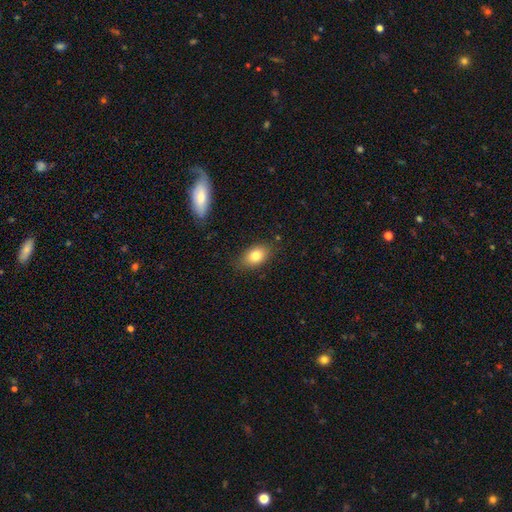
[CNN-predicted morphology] This is clearly a smooth galaxy (80%). How rounded: clearly in between (84%). Merging: clearly none (83%).